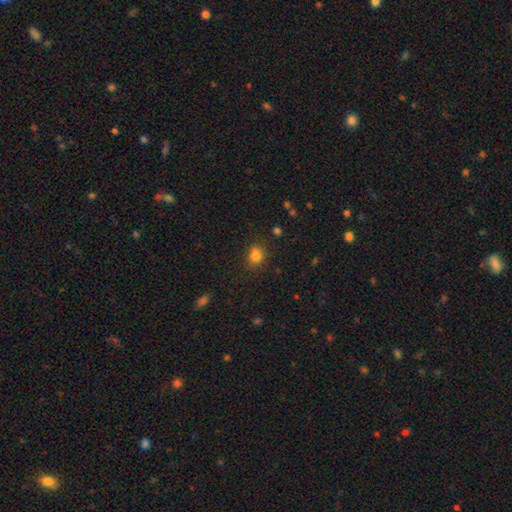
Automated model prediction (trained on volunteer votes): Smooth or featured: smooth — 80% (star or artifact — 13%)
How rounded: round — 64% (in between — 35%)
Merging: none — 70% (minor disturbance — 17%)